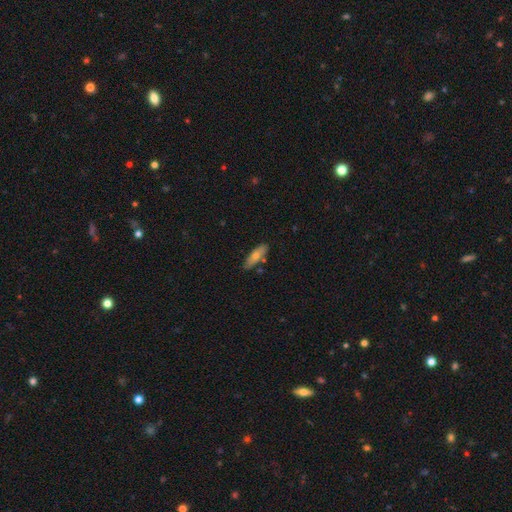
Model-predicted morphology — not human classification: Q: Smooth or featured?
A: smooth (65%); runner-up: featured or disk (29%)
Q: How rounded?
A: in between (53%); runner-up: cigar-shaped (44%)
Q: Merging?
A: none (80%); runner-up: minor disturbance (13%)